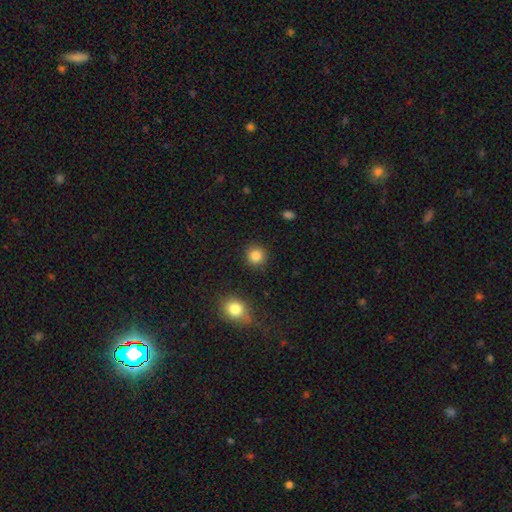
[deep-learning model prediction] The model was most divided on "smooth or featured": smooth: 85%, star or artifact: 11%, featured or disk: 4%. More confident: how rounded — round (93%); merging — none (91%).